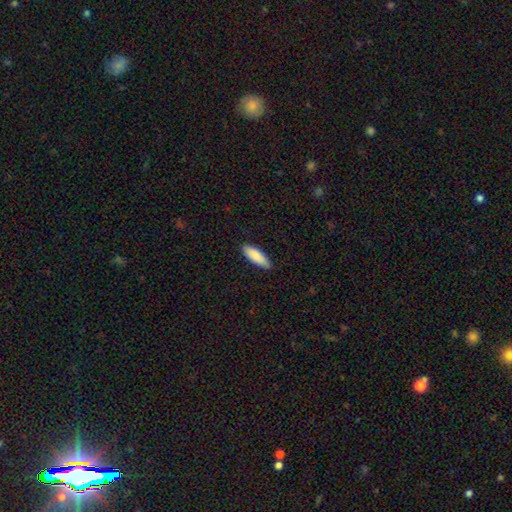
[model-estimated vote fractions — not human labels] Smooth or featured?
  - smooth: 86% *
  - featured or disk: 8%
  - star or artifact: 5%
How rounded?
  - in between: 52% *
  - cigar-shaped: 47%
  - round: 2%
Merging?
  - none: 89% *
  - minor disturbance: 8%
  - major disturbance: 2%
  - merger: 1%